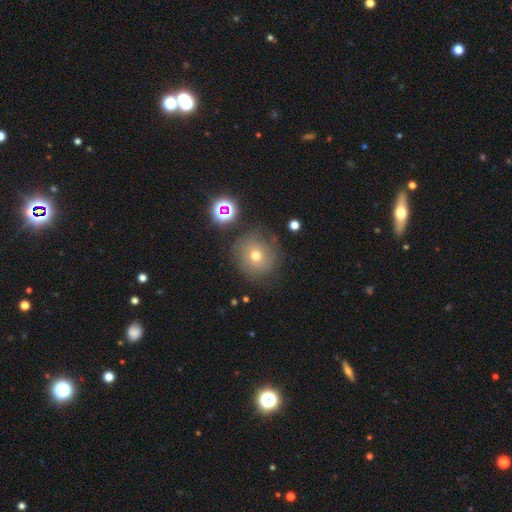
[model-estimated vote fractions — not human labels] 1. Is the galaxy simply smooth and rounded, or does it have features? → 59% smooth, 22% featured or disk, 19% star or artifact.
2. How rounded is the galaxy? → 93% round, 6% in between, 1% cigar-shaped.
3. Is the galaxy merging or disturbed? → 75% none, 15% minor disturbance, 7% major disturbance, 3% merger.